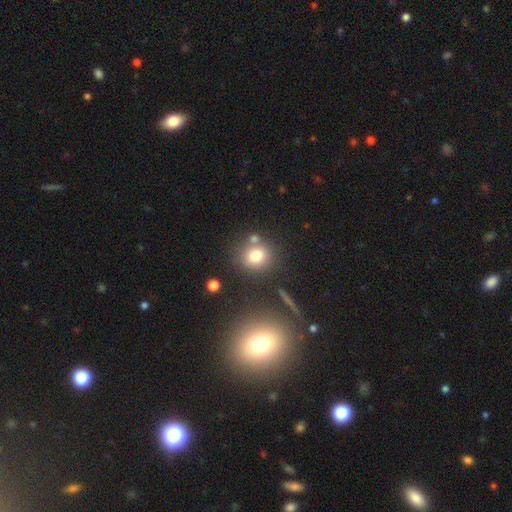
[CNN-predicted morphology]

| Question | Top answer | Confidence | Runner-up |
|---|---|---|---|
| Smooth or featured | smooth | 77% | star or artifact (13%) |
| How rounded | round | 73% | in between (25%) |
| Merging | none | 70% | merger (14%) |